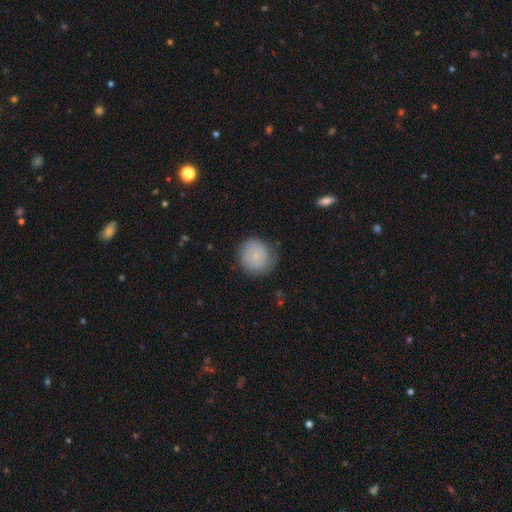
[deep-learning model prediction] smooth 68%, featured or disk 24%, star or artifact 7%. Down the decision tree: how rounded — round (90%); merging — none (70%).